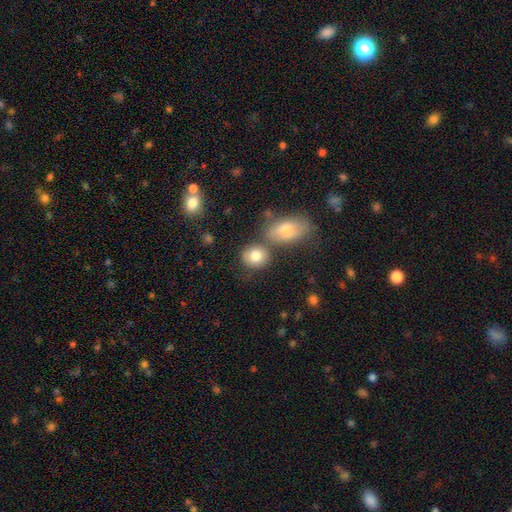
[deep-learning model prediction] Smooth or featured: smooth — 81% (featured or disk — 10%)
How rounded: round — 60% (in between — 39%)
Merging: none — 63% (merger — 21%)